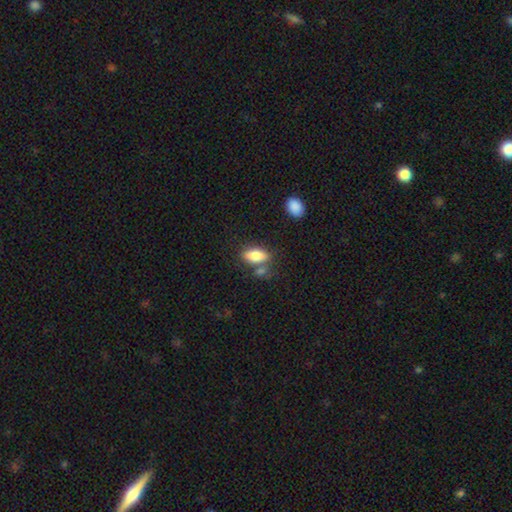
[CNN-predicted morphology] This appears to be a smooth galaxy with no disk features (82%) that is in between round and cigar-shaped (85%). Merging: none (62%).